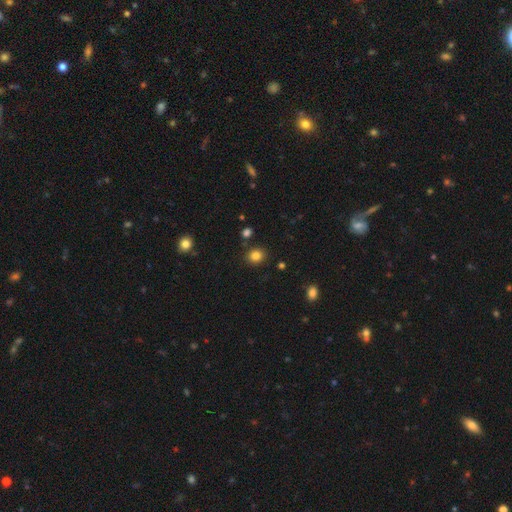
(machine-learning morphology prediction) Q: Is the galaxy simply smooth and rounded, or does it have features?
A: smooth — 83%.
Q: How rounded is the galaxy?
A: round — 71%.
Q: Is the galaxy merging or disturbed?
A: none — 86%.